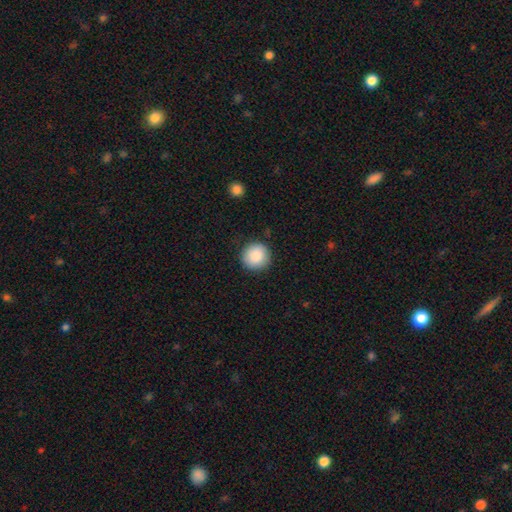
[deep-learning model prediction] Q: Smooth or featured?
A: smooth (89%); runner-up: star or artifact (8%)
Q: How rounded?
A: round (94%); runner-up: in between (5%)
Q: Merging?
A: none (89%); runner-up: minor disturbance (8%)